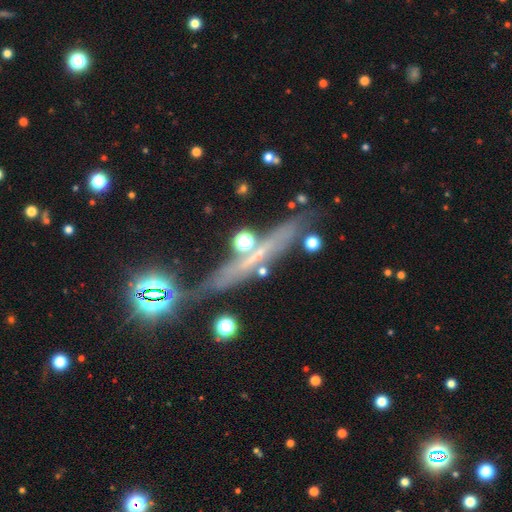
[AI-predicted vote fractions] smooth-or-featured: featured or disk: 53% | smooth: 24% | star or artifact: 22%
  disk-edge-on: yes: 85% | no: 15%
  merging: none: 78% | minor disturbance: 12% | merger: 6% | major disturbance: 4%